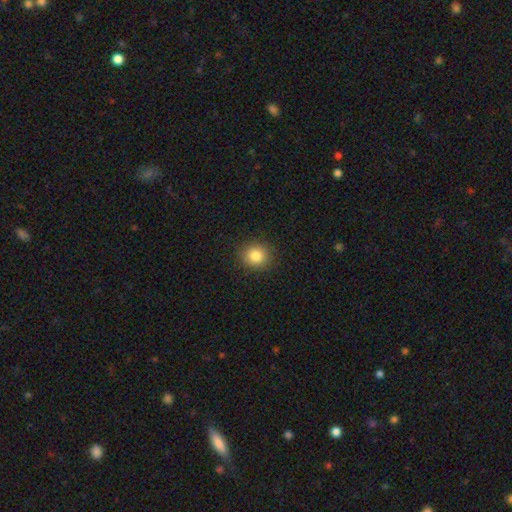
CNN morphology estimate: This is clearly a smooth galaxy (84%). How rounded: clearly round (83%). Merging: clearly none (90%).